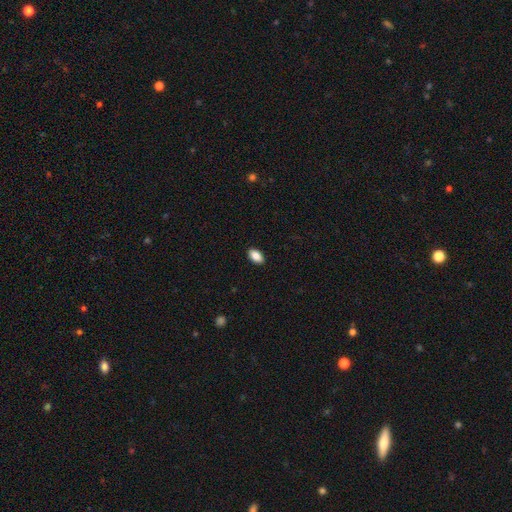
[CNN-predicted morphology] A smooth galaxy with no disk features (88%) that is in between round and cigar-shaped (93%).

Vote fractions:
- Smooth or featured? smooth: 88% / star or artifact: 7% / featured or disk: 5%
- How rounded? in between: 93% / round: 5% / cigar-shaped: 2%
- Merging? none: 90% / minor disturbance: 7% / major disturbance: 2% / merger: 1%